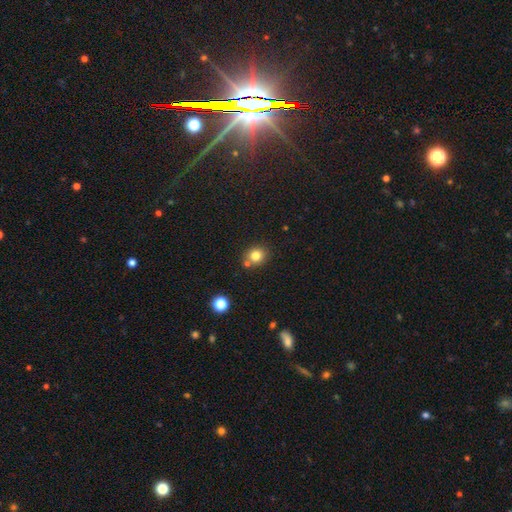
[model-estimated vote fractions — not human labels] This appears to be a smooth galaxy with no disk features (80%) that is round (82%). Merging: none (74%).